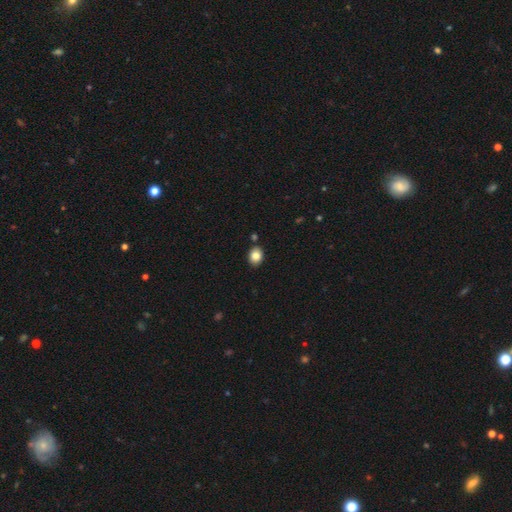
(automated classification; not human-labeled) This appears to be a smooth galaxy with no disk features (85%) that is in between round and cigar-shaped (55%). Merging: none (83%).